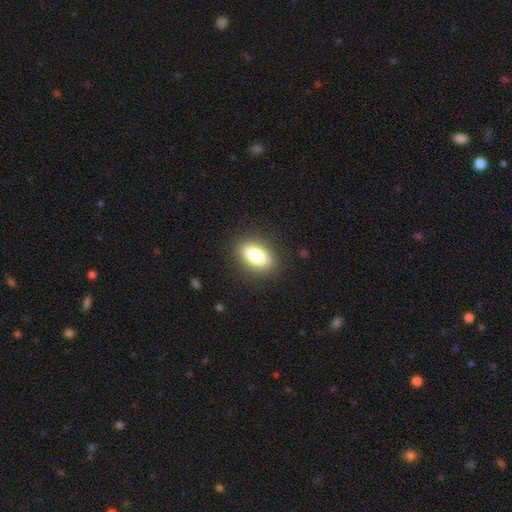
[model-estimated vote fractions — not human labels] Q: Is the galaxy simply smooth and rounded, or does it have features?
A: smooth — 79%.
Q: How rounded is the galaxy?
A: in between — 86%.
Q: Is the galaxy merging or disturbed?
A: none — 87%.